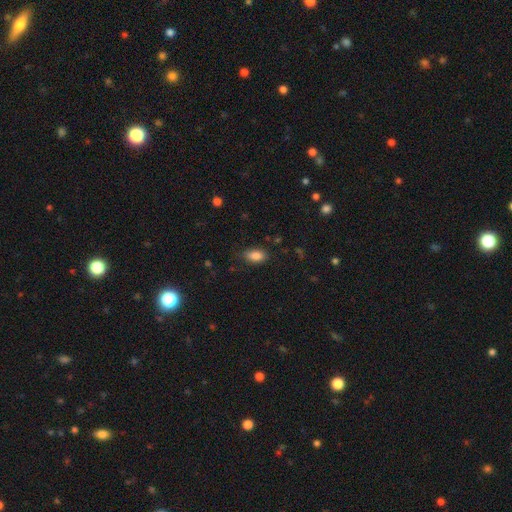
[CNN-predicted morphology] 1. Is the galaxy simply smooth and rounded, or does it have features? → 86% smooth, 8% star or artifact, 5% featured or disk.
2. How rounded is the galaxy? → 90% in between, 7% round, 4% cigar-shaped.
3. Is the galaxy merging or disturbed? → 82% none, 14% minor disturbance, 3% major disturbance, 1% merger.